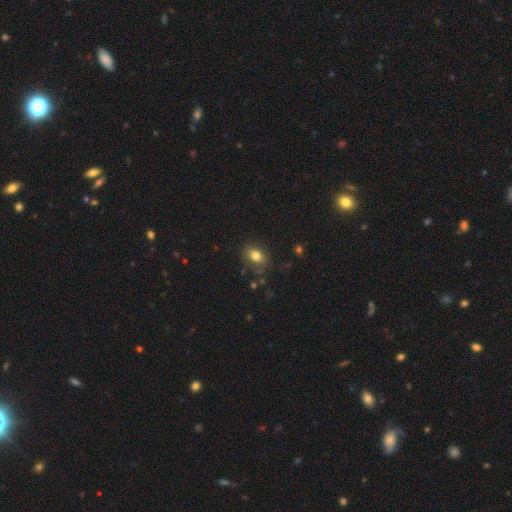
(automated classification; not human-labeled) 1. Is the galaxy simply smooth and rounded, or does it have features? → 79% smooth, 11% star or artifact, 10% featured or disk.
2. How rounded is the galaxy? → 64% in between, 35% round, 1% cigar-shaped.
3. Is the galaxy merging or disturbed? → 75% none, 18% minor disturbance, 5% major disturbance, 2% merger.